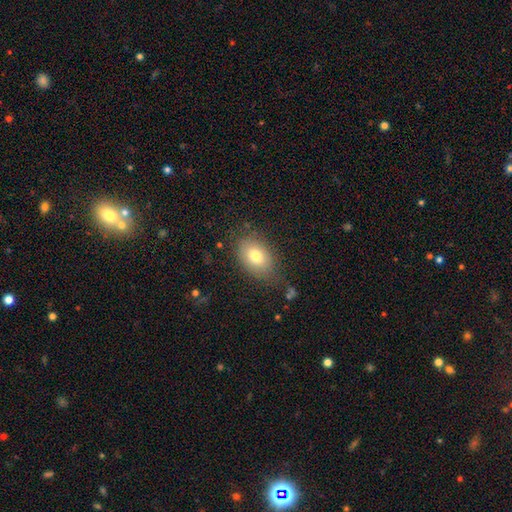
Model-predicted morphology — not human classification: Smooth or featured?
  - smooth: 76% *
  - featured or disk: 15%
  - star or artifact: 9%
How rounded?
  - in between: 84% *
  - round: 14%
  - cigar-shaped: 1%
Merging?
  - none: 75% *
  - minor disturbance: 18%
  - major disturbance: 5%
  - merger: 2%